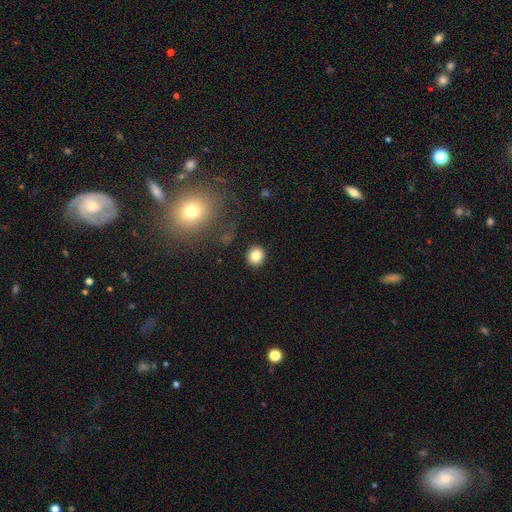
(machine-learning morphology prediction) A smooth galaxy with no disk features (83%) that is round (82%). Merging: none (91%).